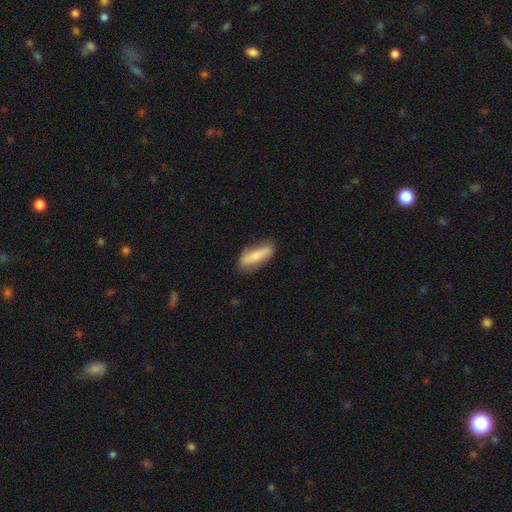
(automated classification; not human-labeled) This is likely a smooth galaxy (61%). How rounded: possibly in between (54%). Merging: likely none (75%).